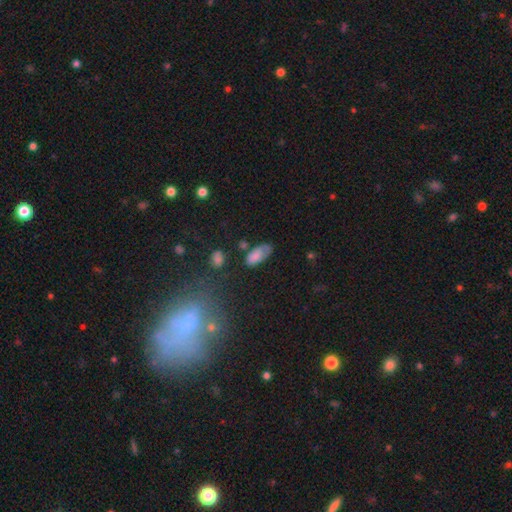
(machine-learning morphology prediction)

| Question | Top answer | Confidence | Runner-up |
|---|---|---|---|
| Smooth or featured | smooth | 78% | featured or disk (13%) |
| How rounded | in between | 90% | cigar-shaped (7%) |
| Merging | none | 50% | minor disturbance (31%) |